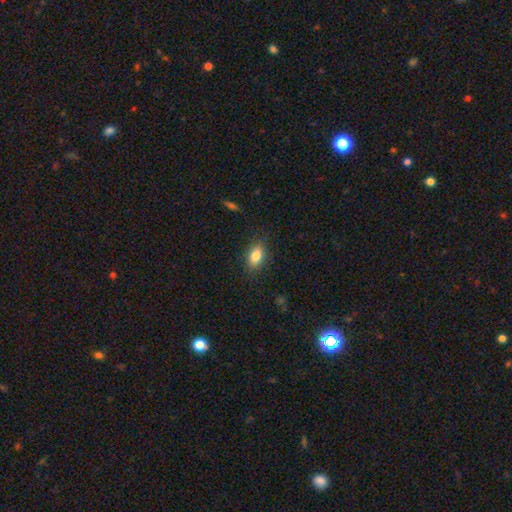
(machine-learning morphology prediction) Overall: smooth (82%). How rounded: in between (85%). Merging: none (85%).